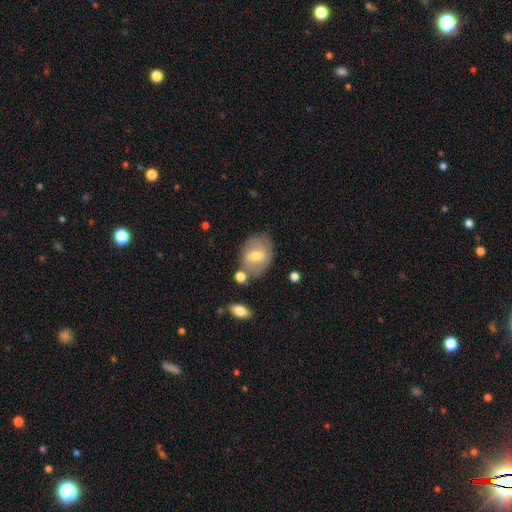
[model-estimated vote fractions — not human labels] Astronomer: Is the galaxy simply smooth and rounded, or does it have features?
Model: smooth — 59%.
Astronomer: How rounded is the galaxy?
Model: in between — 65%.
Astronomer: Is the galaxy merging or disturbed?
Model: none — 64%.